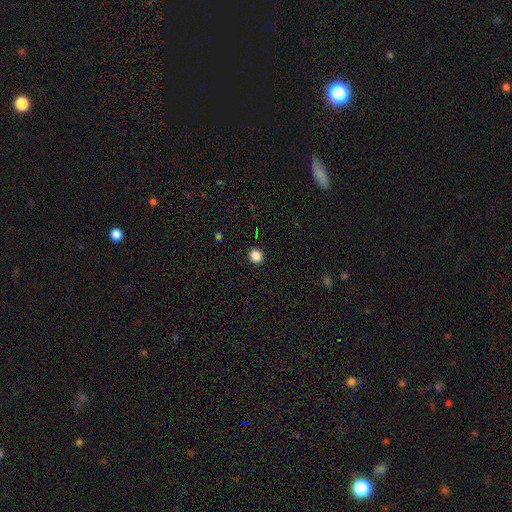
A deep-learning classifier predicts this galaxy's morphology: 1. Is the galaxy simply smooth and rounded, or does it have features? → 86% smooth, 11% star or artifact, 3% featured or disk.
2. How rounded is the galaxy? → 81% round, 18% in between, 1% cigar-shaped.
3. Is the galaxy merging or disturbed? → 92% none, 5% minor disturbance, 2% major disturbance, 1% merger.